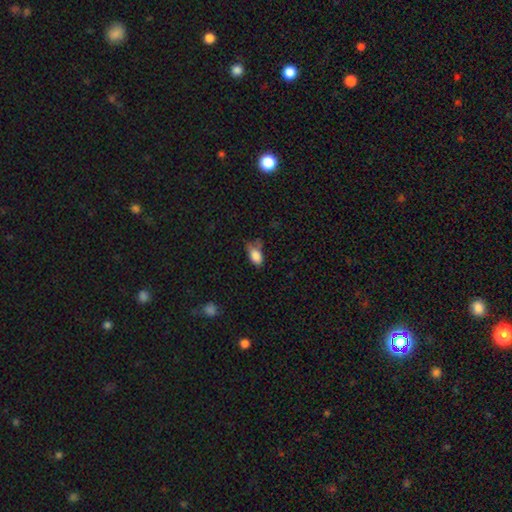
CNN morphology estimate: This is clearly a smooth galaxy (84%). How rounded: clearly in between (90%). Merging: marginally none (39%, tied with minor disturbance).